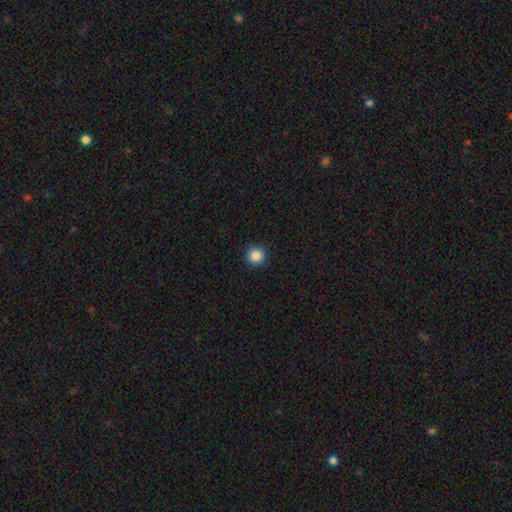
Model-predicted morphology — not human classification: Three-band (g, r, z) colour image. It shows a smooth galaxy with no disk features (86%) that is round (96%). Merging: none (93%).